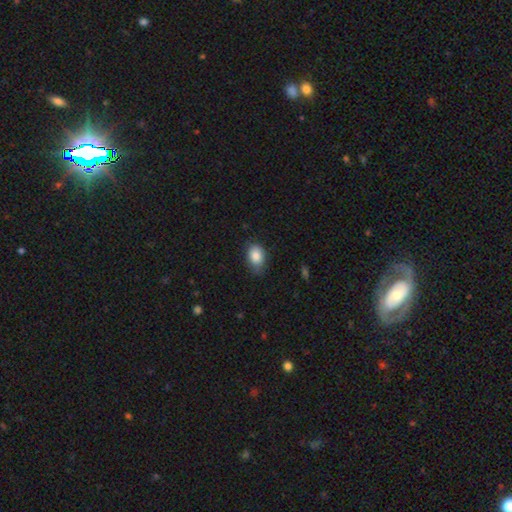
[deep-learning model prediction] smooth-or-featured: smooth: 85% | star or artifact: 8% | featured or disk: 8%
  how-rounded: in between: 78% | round: 21% | cigar-shaped: 1%
  merging: none: 69% | minor disturbance: 25% | major disturbance: 4% | merger: 1%